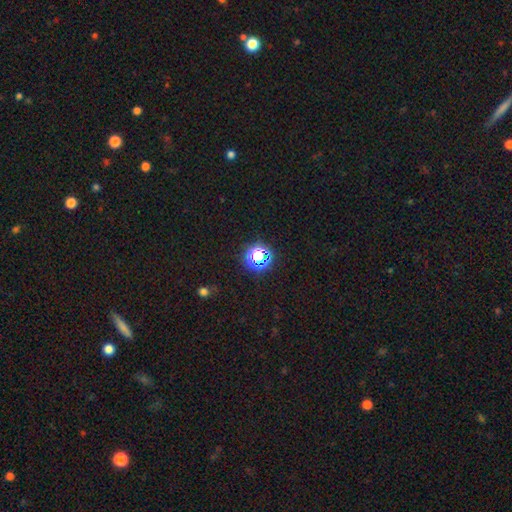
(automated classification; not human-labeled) Smooth or featured?
  - star or artifact: 67% *
  - smooth: 24%
  - featured or disk: 9%